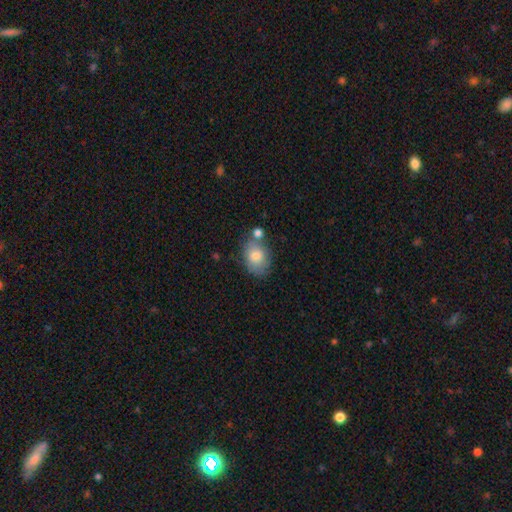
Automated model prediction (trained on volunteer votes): Smooth or featured? smooth (78%)
How rounded? in between (70%)
Merging? none (58%)